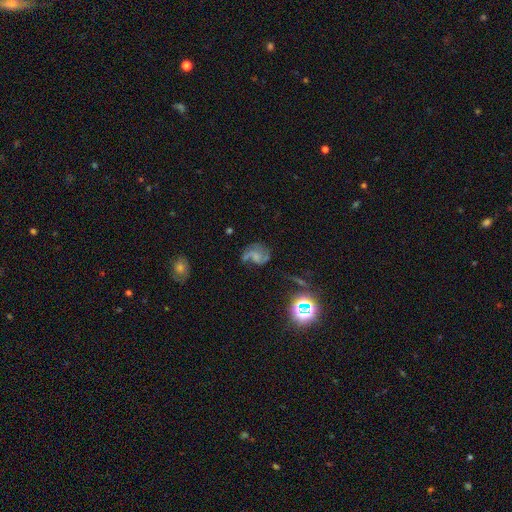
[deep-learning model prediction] smooth-or-featured: featured or disk: 73% | smooth: 15% | star or artifact: 12%
  disk-edge-on: no: 98% | yes: 2%
    bar: no: 60% | weak: 32% | strong: 7%
    has-spiral-arms: yes: 92% | no: 8%
      spiral-winding: loose: 46% | medium: 41% | tight: 12%
      spiral-arm-count: 2: 72% | 1: 11% | can't tell: 7% | 3: 7% | 4: 2% | more than 4: 2%
    bulge-size: none: 40% | small: 37% | moderate: 18% | large: 3% | dominant: 1%
  merging: none: 50% | major disturbance: 23% | minor disturbance: 22% | merger: 5%